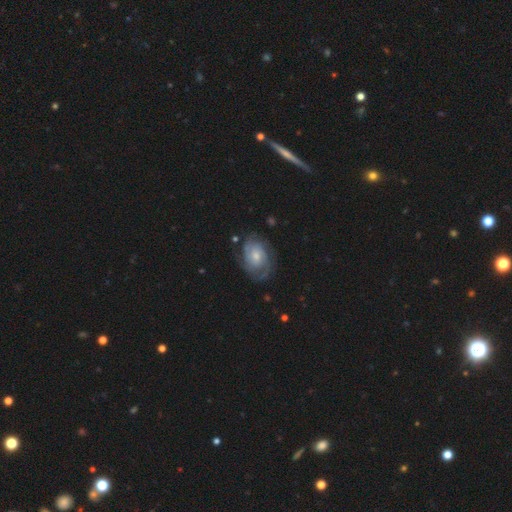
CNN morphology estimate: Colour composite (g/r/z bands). It shows a featured or disk galaxy (77%) with no bar (69%), 2 (38%) tight (58%) spiral arms (93%) and a moderate central bulge (51%). Merging: none (70%).